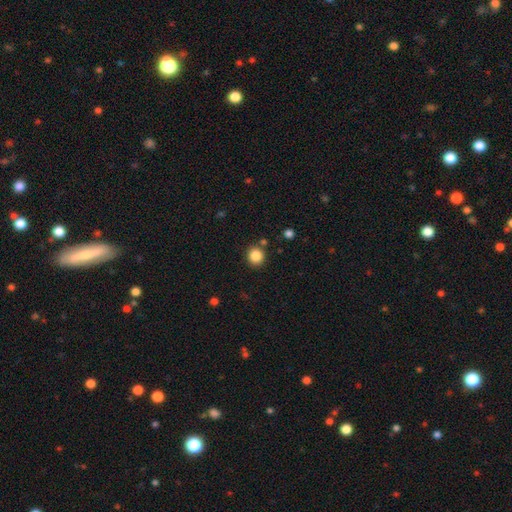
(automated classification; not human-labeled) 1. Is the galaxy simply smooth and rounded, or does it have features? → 86% smooth, 11% star or artifact, 4% featured or disk.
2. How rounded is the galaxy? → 91% round, 8% in between, 1% cigar-shaped.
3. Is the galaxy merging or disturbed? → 86% none, 7% minor disturbance, 5% merger, 3% major disturbance.